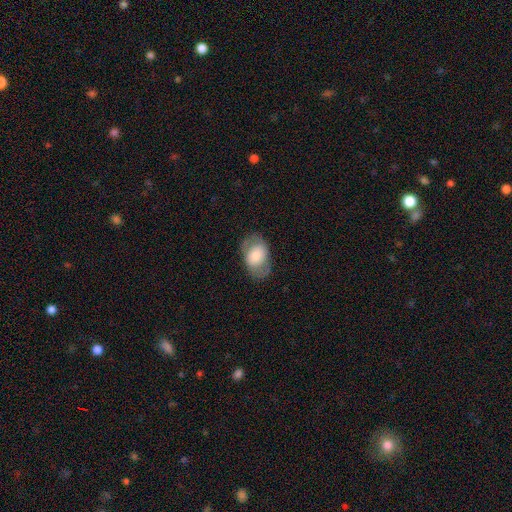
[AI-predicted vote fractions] Smooth or featured?
  - smooth: 59% *
  - featured or disk: 34%
  - star or artifact: 7%
How rounded?
  - in between: 80% *
  - round: 19%
  - cigar-shaped: 1%
Merging?
  - none: 72% *
  - minor disturbance: 17%
  - major disturbance: 10%
  - merger: 1%